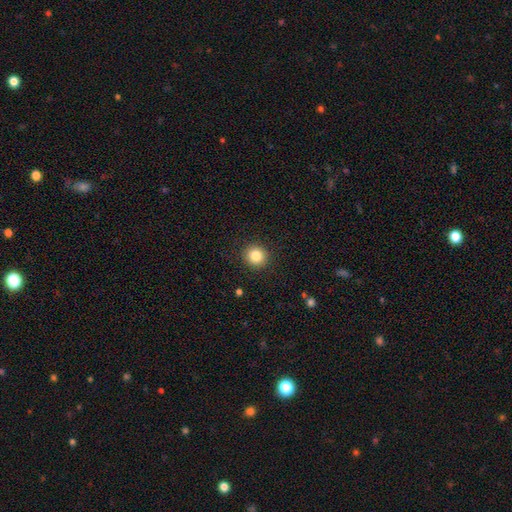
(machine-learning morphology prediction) Smooth or featured? smooth (84%)
How rounded? round (91%)
Merging? none (91%)